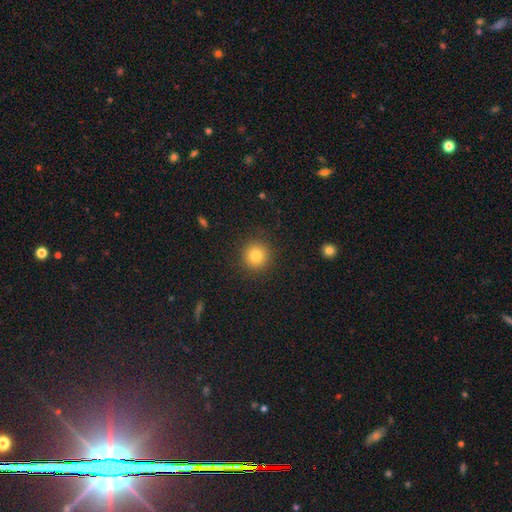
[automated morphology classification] Smooth or featured? smooth (81%)
How rounded? round (95%)
Merging? none (91%)